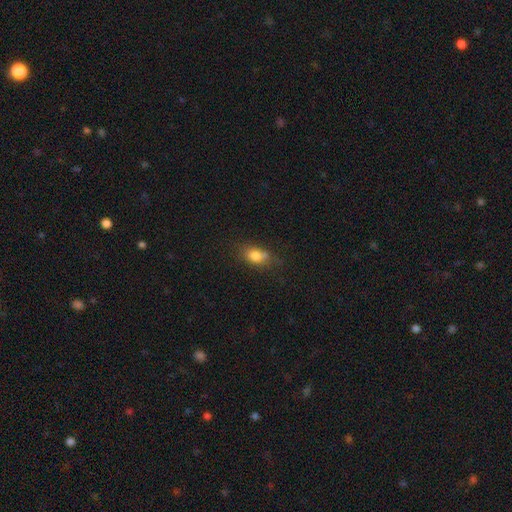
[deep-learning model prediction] Smooth or featured?
  - smooth: 79% *
  - star or artifact: 11%
  - featured or disk: 10%
How rounded?
  - in between: 75% *
  - round: 21%
  - cigar-shaped: 4%
Merging?
  - none: 55% *
  - minor disturbance: 26%
  - merger: 11%
  - major disturbance: 8%